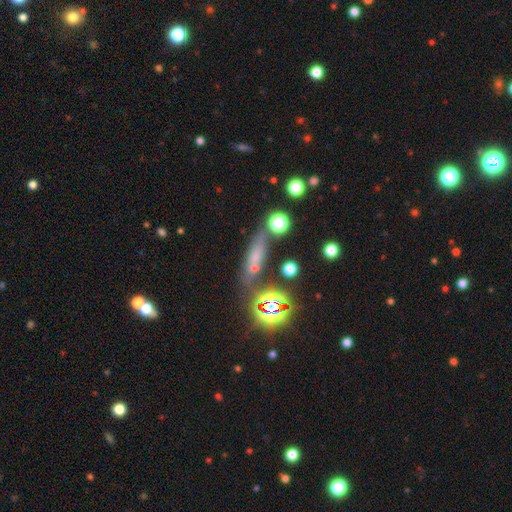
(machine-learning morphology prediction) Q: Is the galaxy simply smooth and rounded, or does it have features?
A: smooth — 51%.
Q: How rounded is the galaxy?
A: cigar-shaped — 62%.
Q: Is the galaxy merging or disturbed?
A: none — 60%.